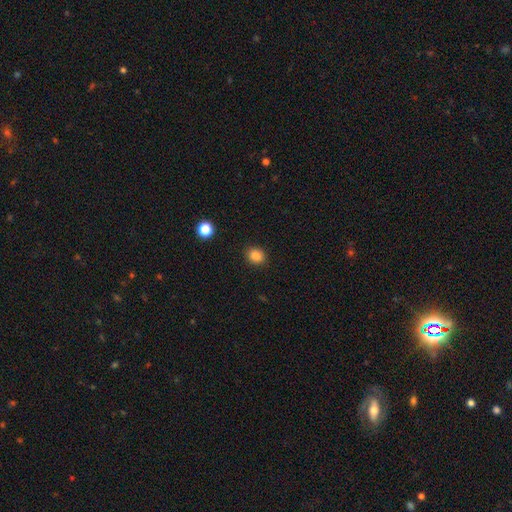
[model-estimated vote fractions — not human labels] Overall: smooth (85%). How rounded: round (68%; in between 31%). Merging: none (88%).